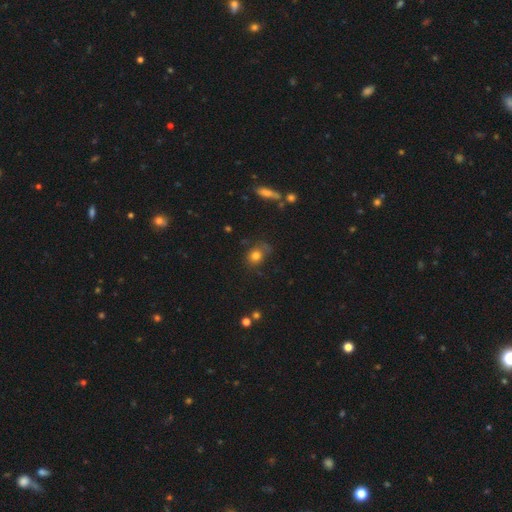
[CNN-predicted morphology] Smooth or featured: smooth — 76% (star or artifact — 12%)
How rounded: round — 61% (in between — 38%)
Merging: none — 61% (minor disturbance — 24%)